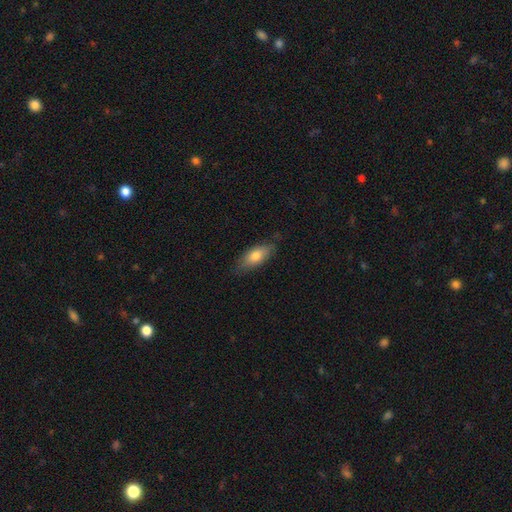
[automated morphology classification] type=smooth (74%); roundness=in between (78%); merging=none (75%).